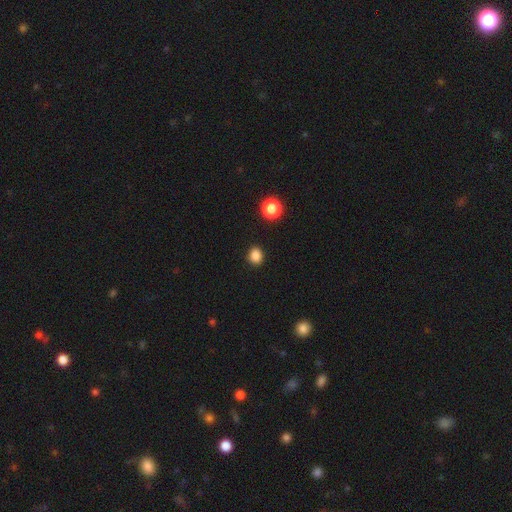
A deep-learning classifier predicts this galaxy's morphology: Overall: smooth (85%). How rounded: round (72%). Merging: none (90%).